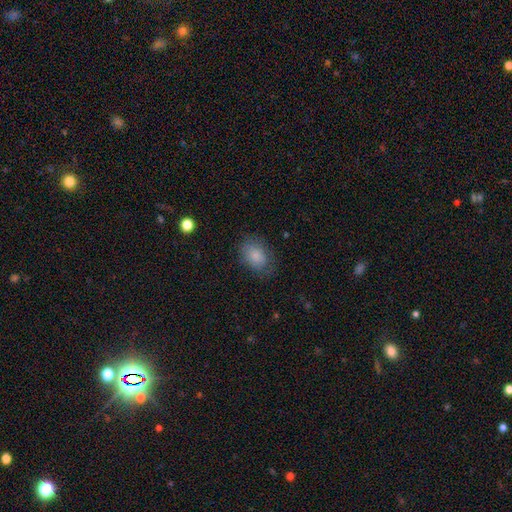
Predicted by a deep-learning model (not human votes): Overall: smooth (82%). How rounded: in between (75%). Merging: none (71%).